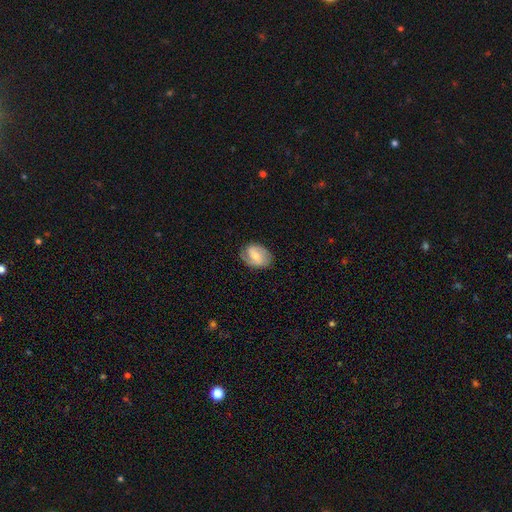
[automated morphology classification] Smooth or featured: featured or disk — 56% (smooth — 38%)
Edge-on disk: no — 96% (yes — 4%)
Bar: weak — 49% (no — 30%)
Spiral arms: yes — 84% (no — 16%)
Bulge size: small — 48% (moderate — 43%)
Merging: none — 72% (minor disturbance — 20%)